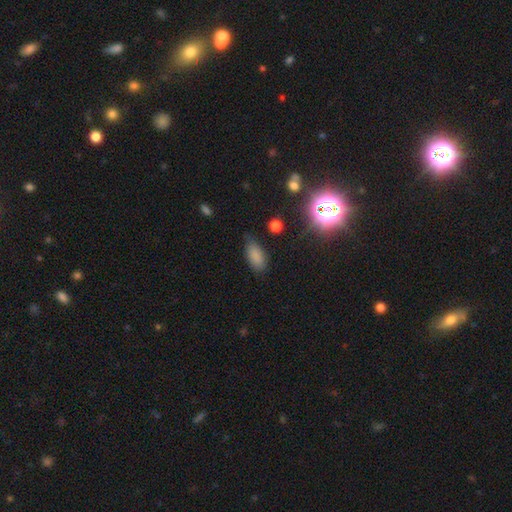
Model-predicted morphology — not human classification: Q: Smooth or featured?
A: smooth (81%); runner-up: star or artifact (12%)
Q: How rounded?
A: in between (89%); runner-up: cigar-shaped (7%)
Q: Merging?
A: none (68%); runner-up: minor disturbance (24%)